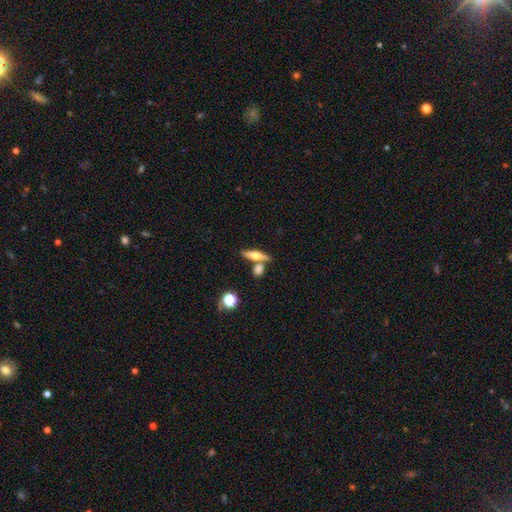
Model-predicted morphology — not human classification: Q: Smooth or featured?
A: featured or disk (53%); runner-up: smooth (40%)
Q: Edge-on disk?
A: yes (93%); runner-up: no (7%)
Q: Merging?
A: none (65%); runner-up: merger (23%)